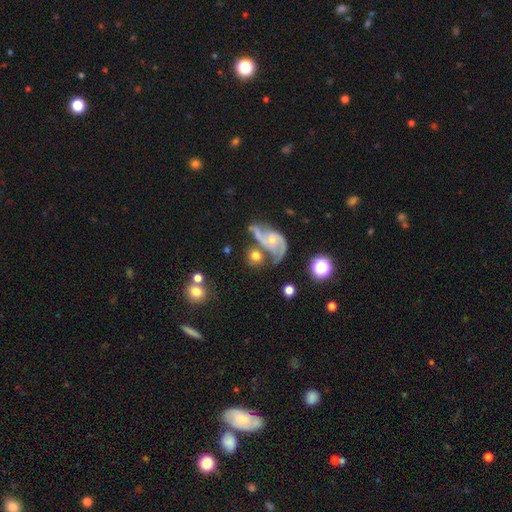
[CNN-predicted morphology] Overall: featured or disk (53%; smooth 37%). Edge-on disk: no (96%). Bar: no (57%; weak 33%). Spiral arms: yes (86%). Bulge size: small (57%; moderate 33%). Merging: none (42%; merger 30%).